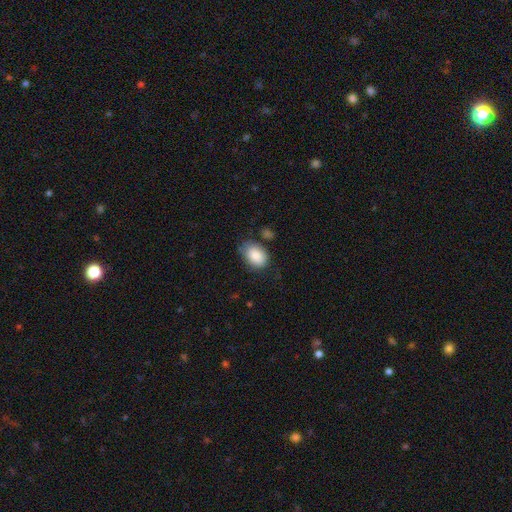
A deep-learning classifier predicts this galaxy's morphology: Smooth or featured?
  - smooth: 85% *
  - featured or disk: 8%
  - star or artifact: 7%
How rounded?
  - in between: 80% *
  - round: 19%
  - cigar-shaped: 1%
Merging?
  - none: 65% *
  - minor disturbance: 24%
  - major disturbance: 6%
  - merger: 4%